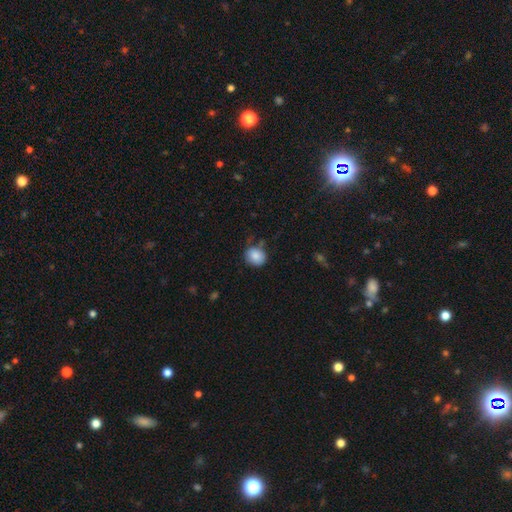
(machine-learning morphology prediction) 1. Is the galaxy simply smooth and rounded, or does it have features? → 85% smooth, 8% star or artifact, 7% featured or disk.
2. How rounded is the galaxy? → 69% round, 30% in between, 1% cigar-shaped.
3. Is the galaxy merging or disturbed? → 69% none, 22% minor disturbance, 5% major disturbance, 4% merger.